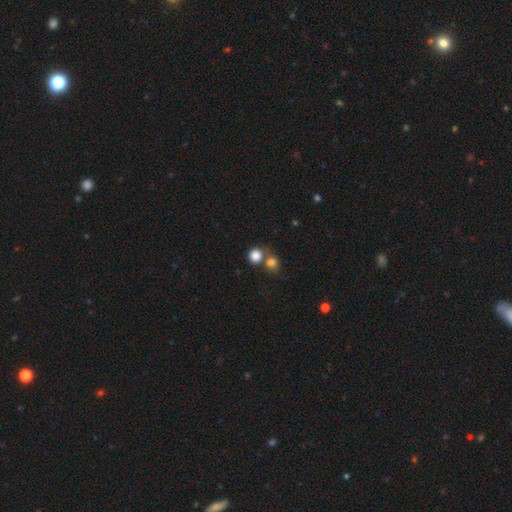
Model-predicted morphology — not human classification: smooth 83%, star or artifact 11%, featured or disk 6%. Down the decision tree: how rounded — round (88%); merging — none (54%).